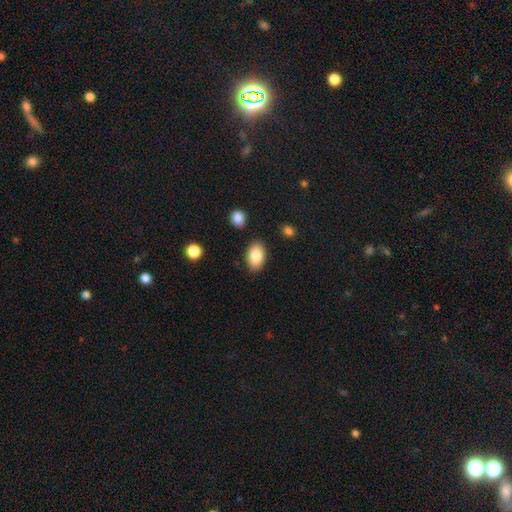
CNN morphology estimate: Q: Smooth or featured?
A: smooth (84%); runner-up: featured or disk (9%)
Q: How rounded?
A: in between (91%); runner-up: round (8%)
Q: Merging?
A: none (86%); runner-up: minor disturbance (10%)